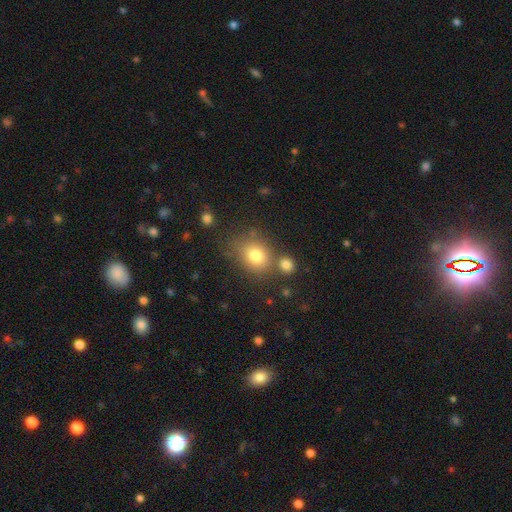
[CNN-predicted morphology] smooth_or_featured: smooth (p=0.79) [alt: star or artifact p=0.11]
how_rounded: round (p=0.51) [alt: in between p=0.48]
merging: none (p=0.62) [alt: merger p=0.19]